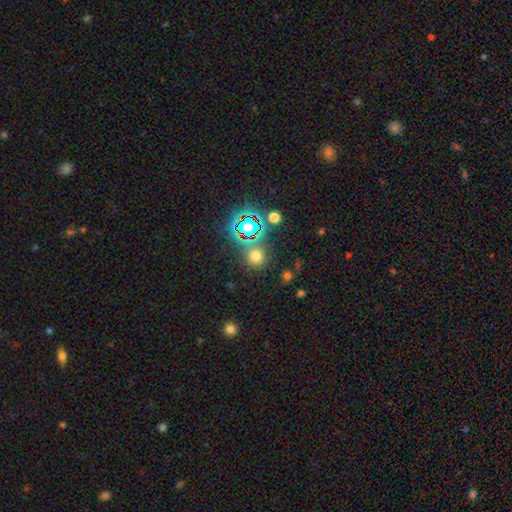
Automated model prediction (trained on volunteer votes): A smooth galaxy with no disk features (59%) that is round (89%).

Vote fractions:
- Smooth or featured? smooth: 59% / star or artifact: 33% / featured or disk: 8%
- How rounded? round: 89% / in between: 10% / cigar-shaped: 1%
- Merging? none: 77% / minor disturbance: 10% / merger: 9% / major disturbance: 5%